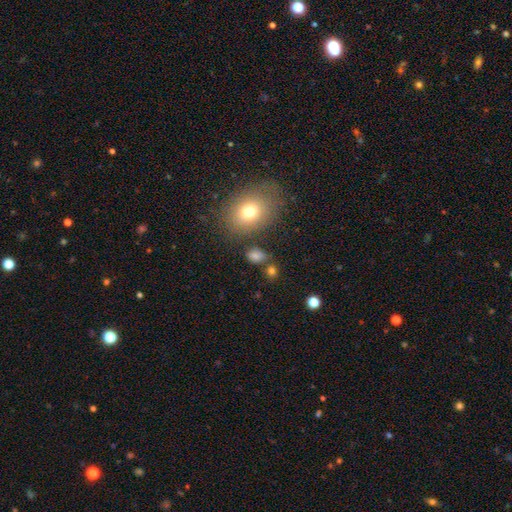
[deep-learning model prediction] Morphology: type=smooth (74%); roundness=in between (61%); merging=none (70%).